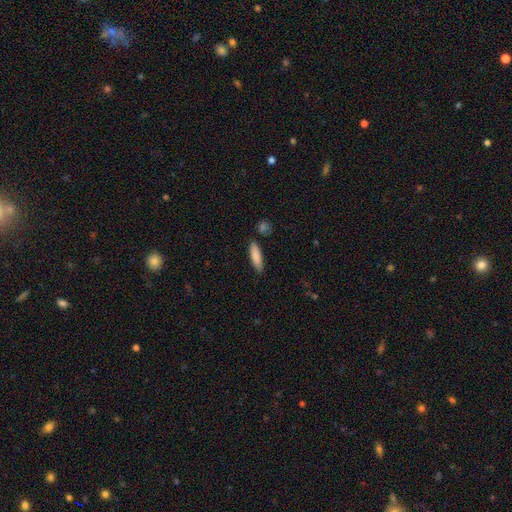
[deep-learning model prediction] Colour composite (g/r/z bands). It shows a smooth galaxy with no disk features (84%) that is cigar-shaped (63%). Merging: none (83%).